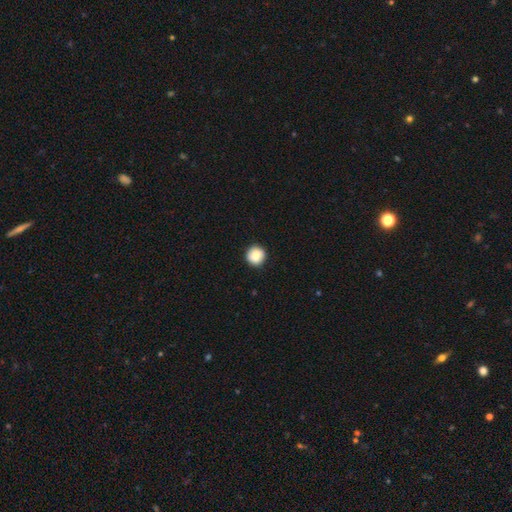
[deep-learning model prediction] Smooth or featured? smooth (85%)
How rounded? round (95%)
Merging? none (91%)